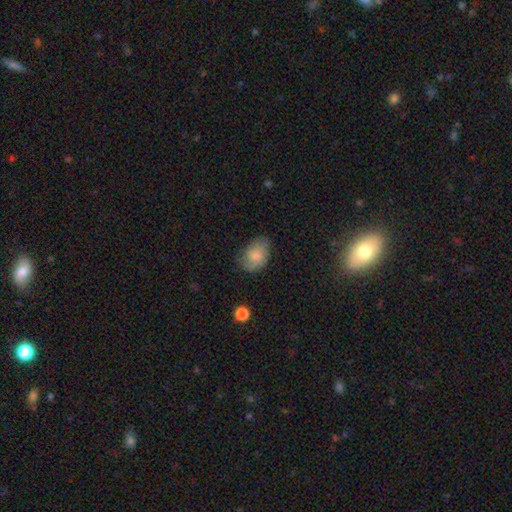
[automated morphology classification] smooth_or_featured: smooth (p=0.71) [alt: featured or disk p=0.22]
how_rounded: in between (p=0.78) [alt: round p=0.21]
merging: none (p=0.60) [alt: minor disturbance p=0.30]